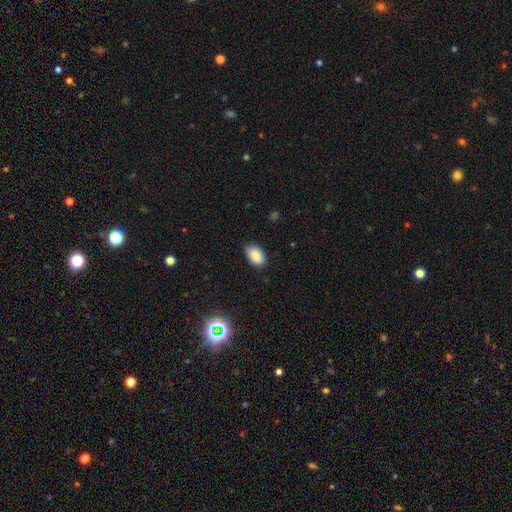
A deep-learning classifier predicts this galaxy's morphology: Smooth or featured? Predicted: smooth (p=0.88). How rounded? Predicted: in between (p=0.92). Merging? Predicted: none (p=0.79).